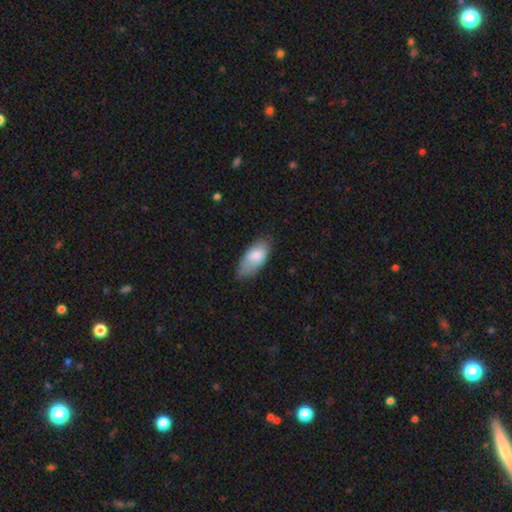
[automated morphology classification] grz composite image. It shows a smooth galaxy with no disk features (80%) that is in between round and cigar-shaped (91%). Merging: none (61%).